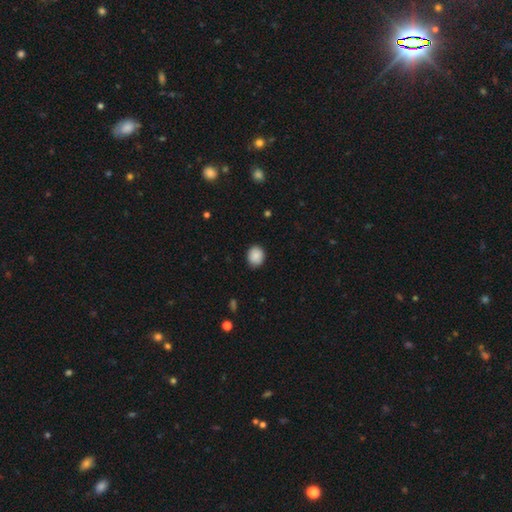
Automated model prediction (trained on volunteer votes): This appears to be a smooth galaxy with no disk features (88%) that is round (64%). Merging: none (85%).